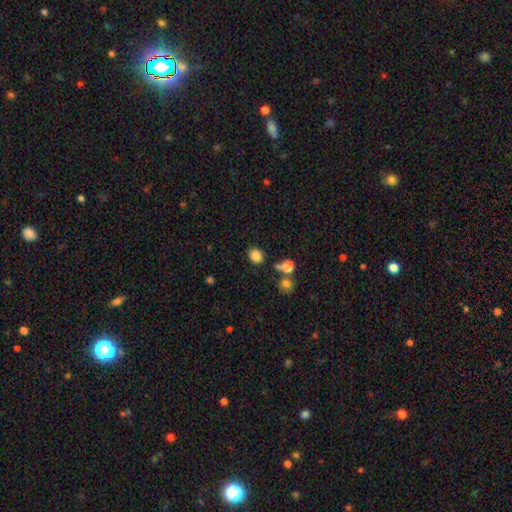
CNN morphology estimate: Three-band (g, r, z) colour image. It shows a smooth galaxy with no disk features (84%) that is round (58%). Merging: none (80%).